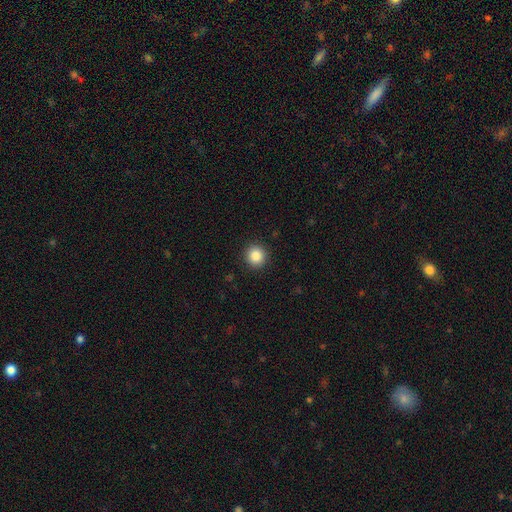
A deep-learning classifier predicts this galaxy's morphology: This appears to be a smooth galaxy with no disk features (86%) that is round (92%). Merging: none (92%).